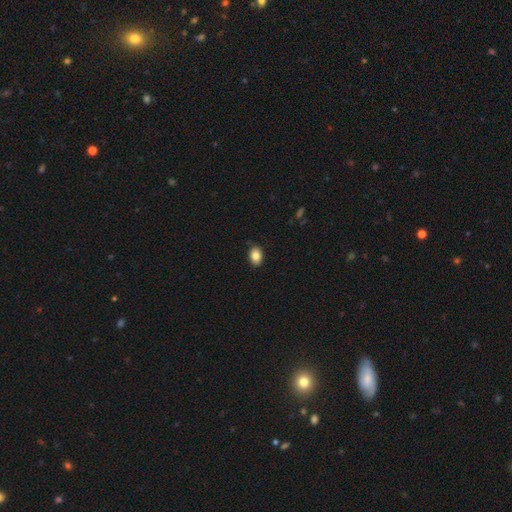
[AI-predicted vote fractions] The model was most divided on "how rounded": in between: 82%, round: 17%, cigar-shaped: 1%. More confident: merging — none (86%); smooth or featured — smooth (84%).